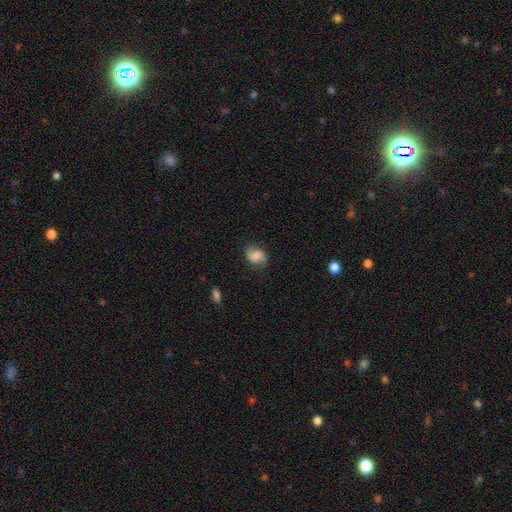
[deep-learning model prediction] smooth_or_featured: smooth (p=0.60) [alt: featured or disk p=0.30]
how_rounded: in between (p=0.61) [alt: round p=0.38]
merging: none (p=0.73) [alt: minor disturbance p=0.20]